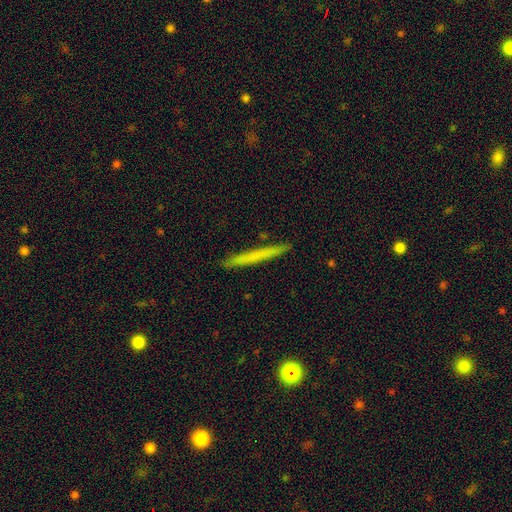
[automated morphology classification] Smooth or featured: smooth — 62% (featured or disk — 32%)
How rounded: cigar-shaped — 97% (in between — 2%)
Merging: none — 91% (minor disturbance — 6%)